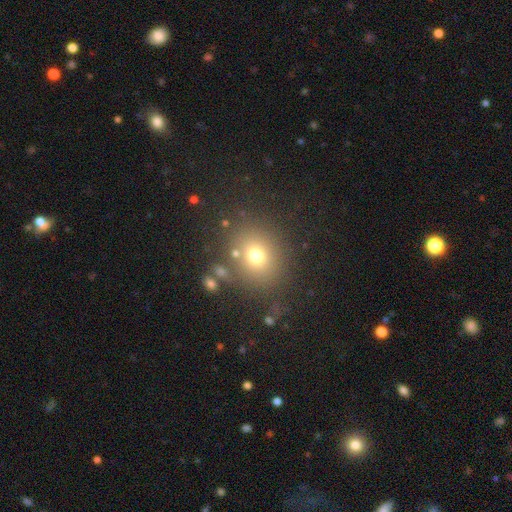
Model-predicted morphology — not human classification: smooth-or-featured: smooth: 71% | star or artifact: 18% | featured or disk: 11%
  how-rounded: round: 78% | in between: 21% | cigar-shaped: 1%
  merging: none: 80% | minor disturbance: 10% | merger: 5% | major disturbance: 5%